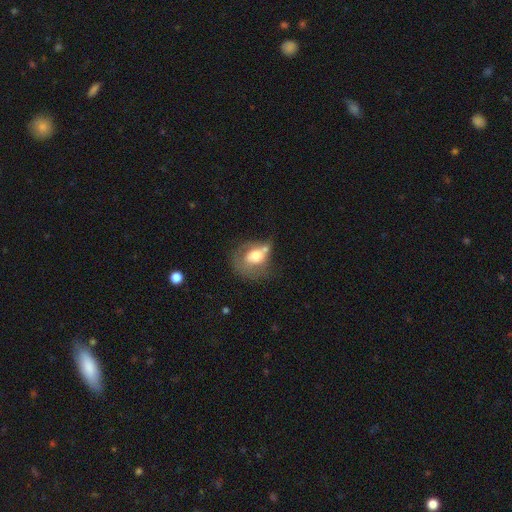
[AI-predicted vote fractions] Q: Smooth or featured?
A: smooth (58%); runner-up: featured or disk (34%)
Q: How rounded?
A: round (49%); tied with: in between (49%)
Q: Merging?
A: major disturbance (27%); runner-up: merger (26%)